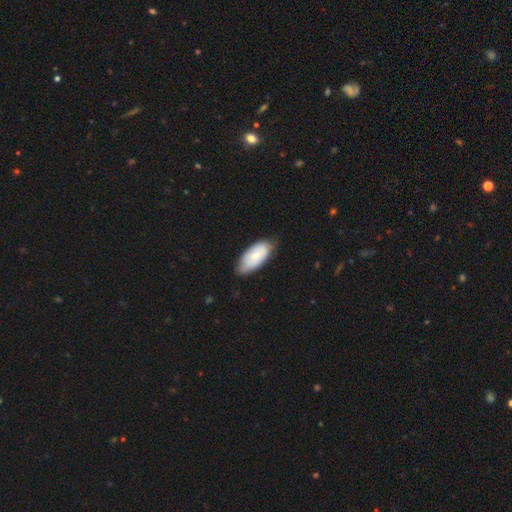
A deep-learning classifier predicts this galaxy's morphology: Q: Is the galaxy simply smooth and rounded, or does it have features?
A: smooth — 71%.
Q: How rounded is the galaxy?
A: in between — 91%.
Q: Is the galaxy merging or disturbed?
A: none — 71%.